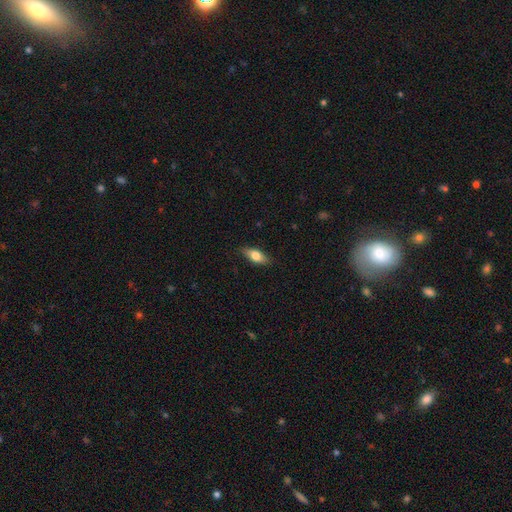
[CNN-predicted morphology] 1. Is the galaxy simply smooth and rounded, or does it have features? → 71% smooth, 22% featured or disk, 7% star or artifact.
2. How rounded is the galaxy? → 79% in between, 18% cigar-shaped, 4% round.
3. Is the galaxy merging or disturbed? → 84% none, 12% minor disturbance, 2% major disturbance, 1% merger.